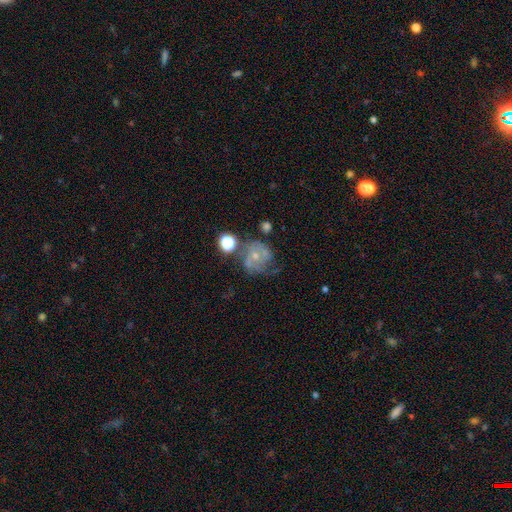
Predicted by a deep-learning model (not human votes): Morphology: type=featured or disk (63%); edge-on=no (98%); bar=no (76%); spiral arms=yes (80%); bulge=small (61%); merging=none (50%).